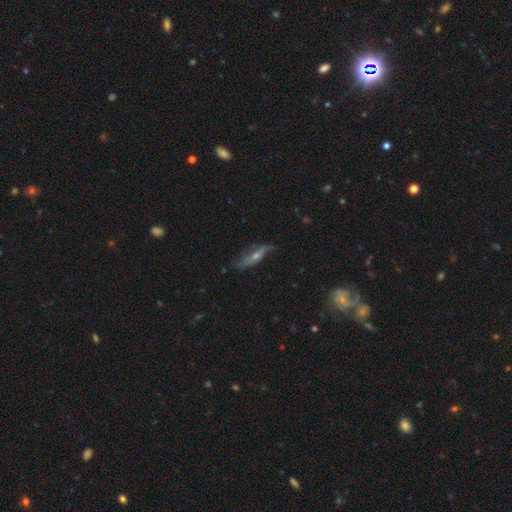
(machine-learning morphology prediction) The model was most divided on "edge-on disk": yes: 53%, no: 47%. More confident: merging — none (66%); smooth or featured — featured or disk (66%).